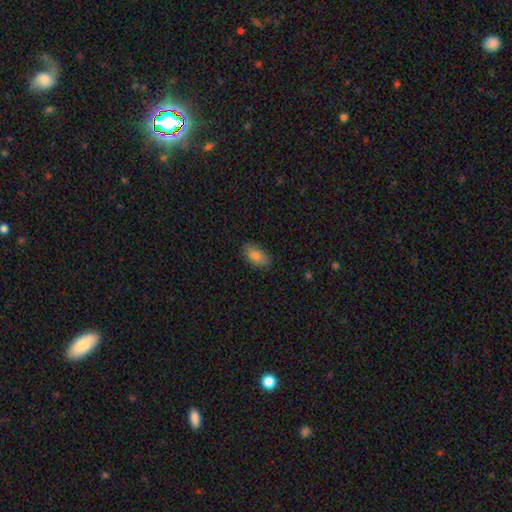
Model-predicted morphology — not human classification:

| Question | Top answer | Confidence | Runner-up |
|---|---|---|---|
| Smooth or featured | smooth | 83% | featured or disk (9%) |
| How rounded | in between | 92% | round (4%) |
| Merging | none | 84% | minor disturbance (13%) |